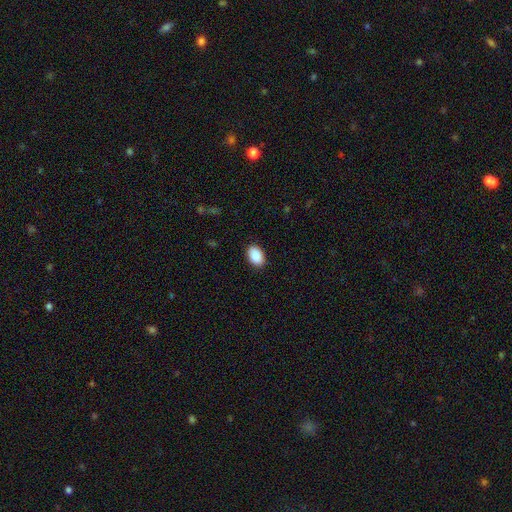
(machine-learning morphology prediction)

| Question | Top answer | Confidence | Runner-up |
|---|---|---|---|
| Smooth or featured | smooth | 90% | star or artifact (7%) |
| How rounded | in between | 91% | round (8%) |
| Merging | none | 89% | minor disturbance (8%) |